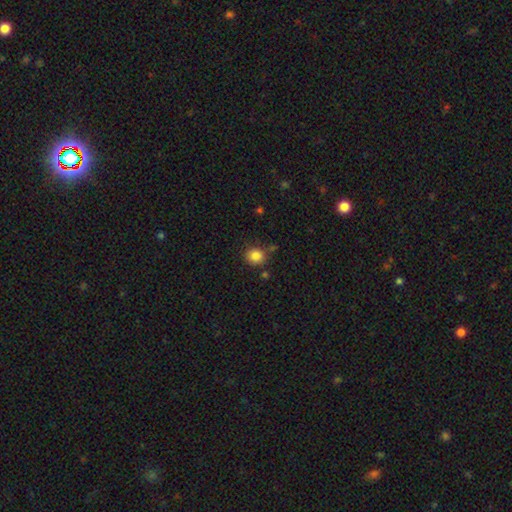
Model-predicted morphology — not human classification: Smooth or featured? smooth (85%)
How rounded? round (81%)
Merging? none (76%)